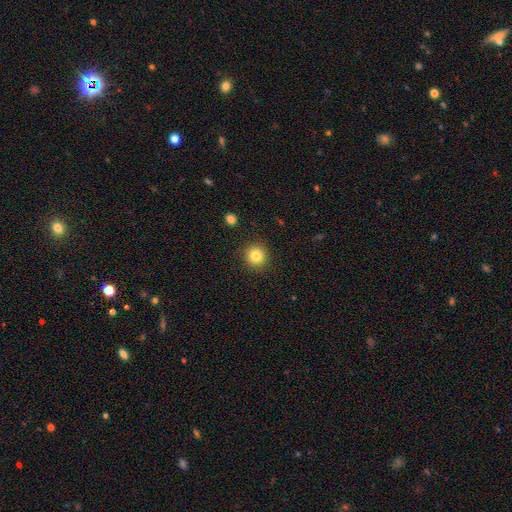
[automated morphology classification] Smooth or featured: smooth — 82% (star or artifact — 11%)
How rounded: round — 93% (in between — 6%)
Merging: none — 91% (minor disturbance — 6%)